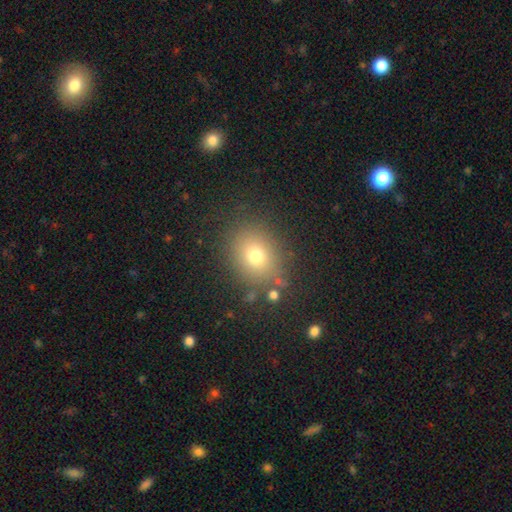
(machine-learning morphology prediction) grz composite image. It shows a smooth galaxy with no disk features (72%) that is round (62%). Merging: none (83%).